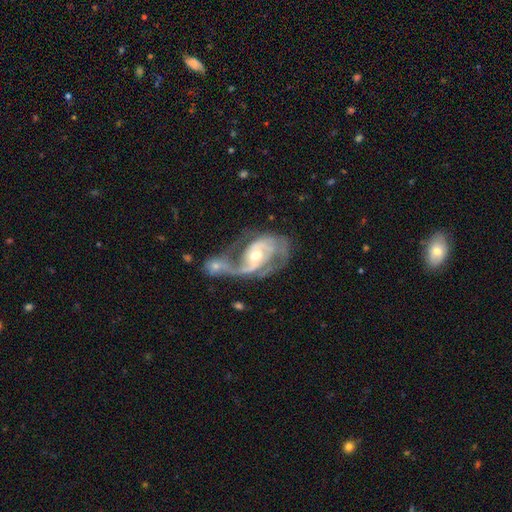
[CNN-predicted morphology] Smooth or featured?
  - featured or disk: 89% *
  - smooth: 7%
  - star or artifact: 5%
Edge-on disk?
  - no: 97% *
  - yes: 3%
Bar?
  - weak: 42% *
  - no: 40%
  - strong: 18%
Spiral arms?
  - yes: 95% *
  - no: 5%
Spiral winding?
  - medium: 49% *
  - loose: 29%
  - tight: 22%
Spiral arm count?
  - 2: 75% *
  - can't tell: 9%
  - 1: 7%
  - 3: 5%
  - 4: 2%
  - more than 4: 2%
Bulge size?
  - moderate: 63% *
  - small: 31%
  - large: 4%
  - none: 1%
  - dominant: 1%
Merging?
  - merger: 42% *
  - none: 24%
  - major disturbance: 22%
  - minor disturbance: 13%